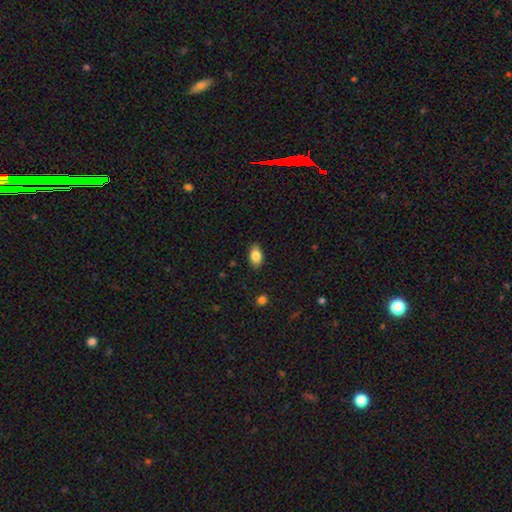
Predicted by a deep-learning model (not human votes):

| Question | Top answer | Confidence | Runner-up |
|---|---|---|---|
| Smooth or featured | smooth | 84% | featured or disk (8%) |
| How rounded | in between | 90% | round (8%) |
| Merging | none | 87% | minor disturbance (10%) |